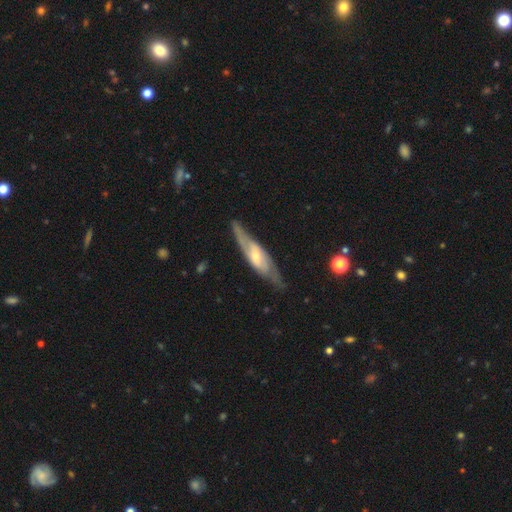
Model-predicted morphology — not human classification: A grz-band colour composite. It shows a featured or disk galaxy (72%). Merging: none (73%).